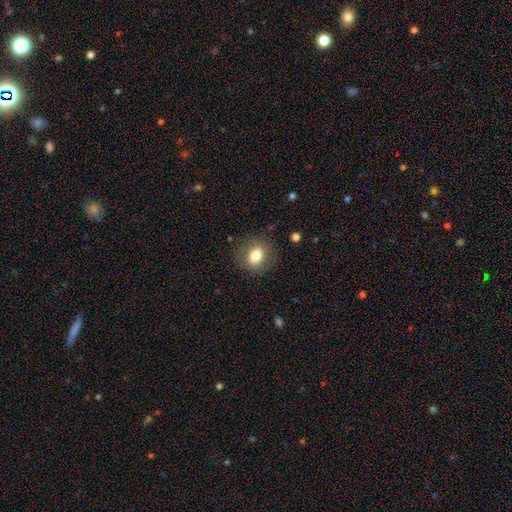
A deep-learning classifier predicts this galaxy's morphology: smooth_or_featured: smooth (p=0.79) [alt: featured or disk p=0.11]
how_rounded: round (p=0.64) [alt: in between p=0.35]
merging: none (p=0.84) [alt: minor disturbance p=0.10]